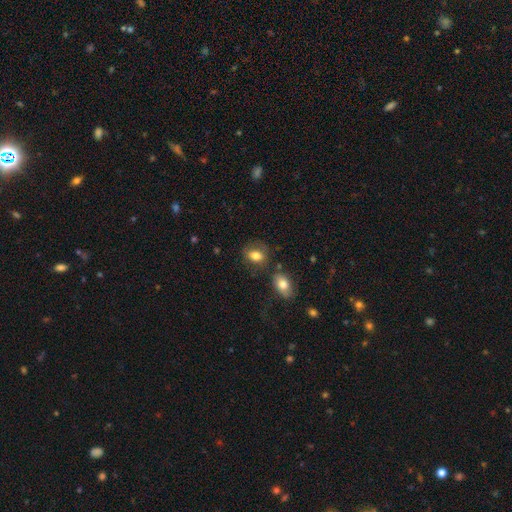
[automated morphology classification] Smooth or featured: smooth — 78% (featured or disk — 13%)
How rounded: in between — 71% (round — 28%)
Merging: none — 66% (minor disturbance — 18%)